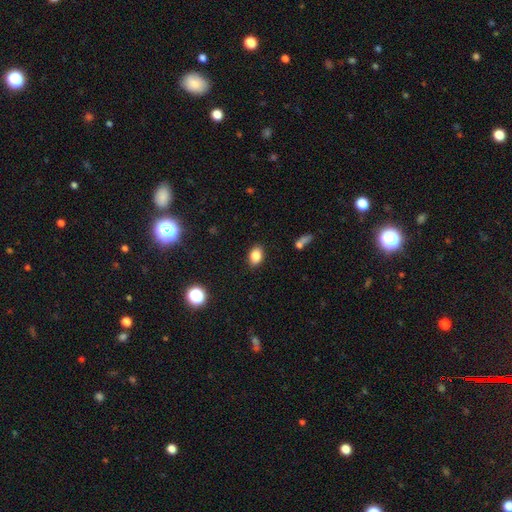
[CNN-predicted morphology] The model was most divided on "how rounded": in between: 78%, round: 20%, cigar-shaped: 1%. More confident: merging — none (85%); smooth or featured — smooth (84%).